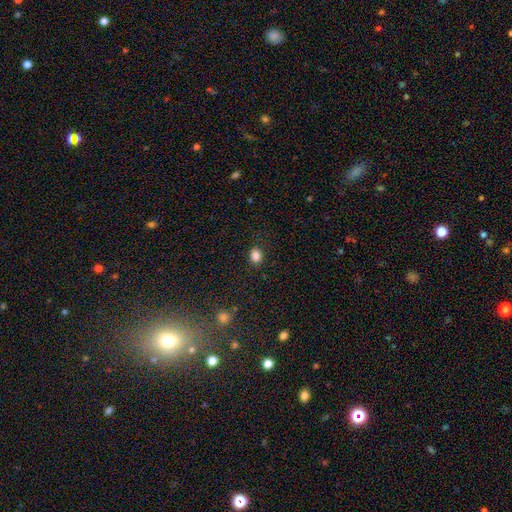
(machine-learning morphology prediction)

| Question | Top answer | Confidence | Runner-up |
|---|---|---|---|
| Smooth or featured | smooth | 85% | star or artifact (11%) |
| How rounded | in between | 50% | round (49%) |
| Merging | none | 86% | minor disturbance (10%) |